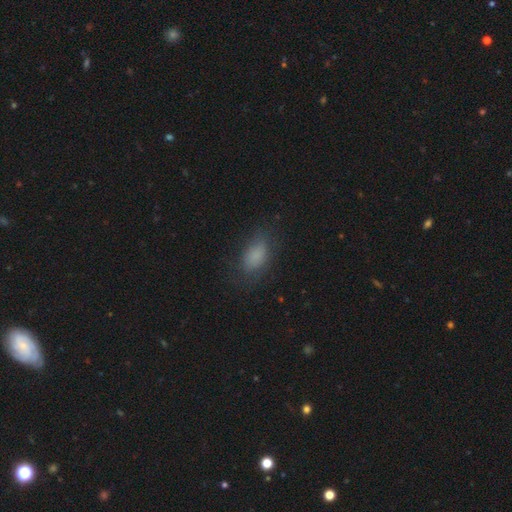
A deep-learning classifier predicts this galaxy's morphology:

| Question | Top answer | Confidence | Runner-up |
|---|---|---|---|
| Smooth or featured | smooth | 81% | star or artifact (11%) |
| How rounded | in between | 88% | round (9%) |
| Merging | none | 71% | minor disturbance (19%) |